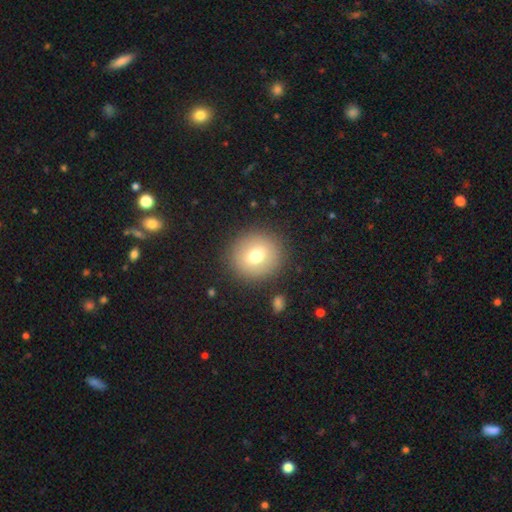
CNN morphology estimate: smooth_or_featured: smooth (p=0.70) [alt: featured or disk p=0.19]
how_rounded: round (p=0.87) [alt: in between p=0.12]
merging: none (p=0.87) [alt: minor disturbance p=0.07]